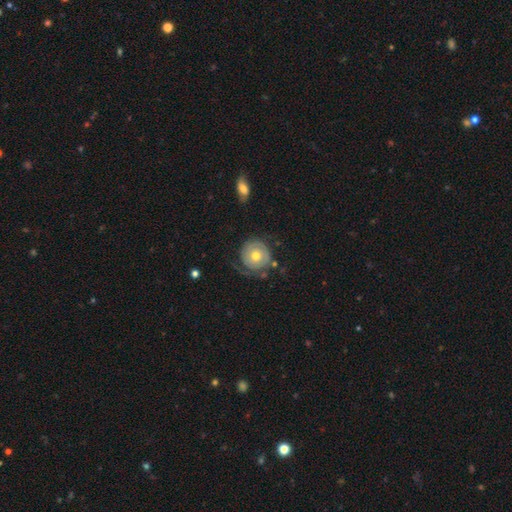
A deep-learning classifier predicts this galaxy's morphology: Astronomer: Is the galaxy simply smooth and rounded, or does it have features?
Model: featured or disk — 55% (runner-up: smooth, 38%).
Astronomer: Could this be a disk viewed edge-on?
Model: no — 97%.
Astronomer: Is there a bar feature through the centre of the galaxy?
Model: no — 86%.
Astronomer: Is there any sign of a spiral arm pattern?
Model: yes — 71%.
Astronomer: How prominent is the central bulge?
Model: moderate — 75%.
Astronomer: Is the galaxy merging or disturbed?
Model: none — 60%.